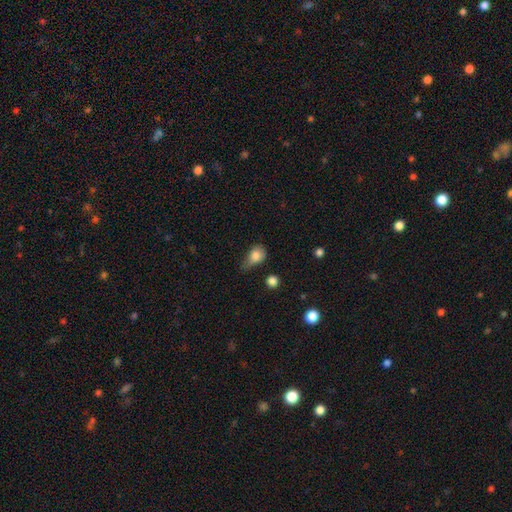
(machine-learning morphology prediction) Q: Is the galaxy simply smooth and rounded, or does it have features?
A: smooth — 81%.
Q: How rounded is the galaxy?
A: in between — 53%.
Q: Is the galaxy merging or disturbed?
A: minor disturbance — 44%.